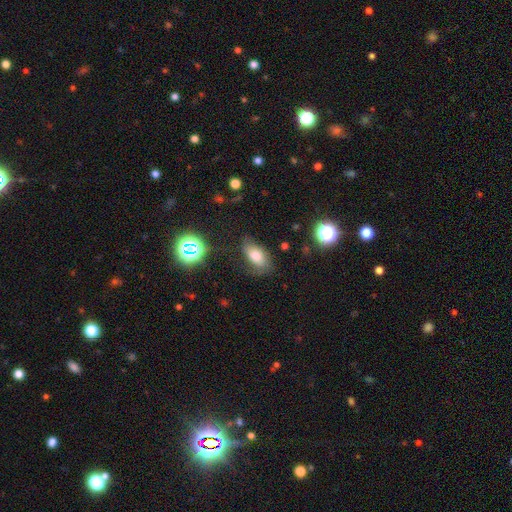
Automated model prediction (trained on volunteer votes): This is likely a smooth galaxy (69%). How rounded: clearly in between (90%). Merging: likely none (64%).